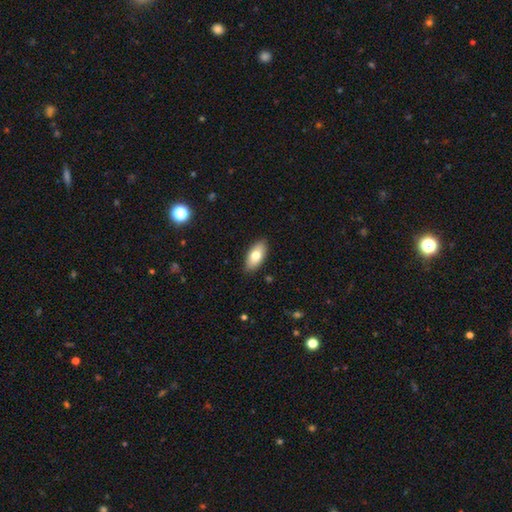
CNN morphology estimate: Smooth or featured? Predicted: smooth (p=0.75). How rounded? Predicted: in between (p=0.90). Merging? Predicted: none (p=0.88).